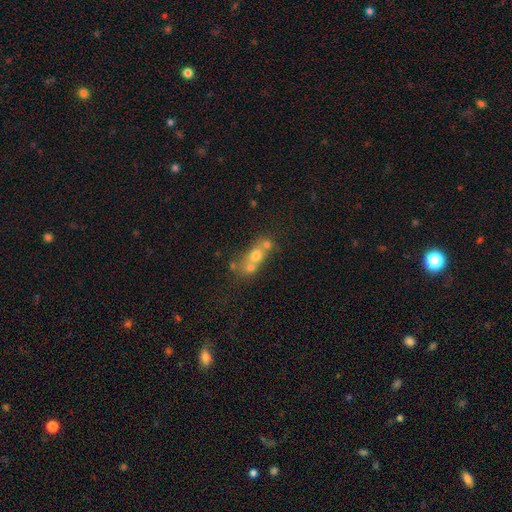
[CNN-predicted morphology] Smooth or featured? smooth (59%)
How rounded? round (55%)
Merging? merger (60%)